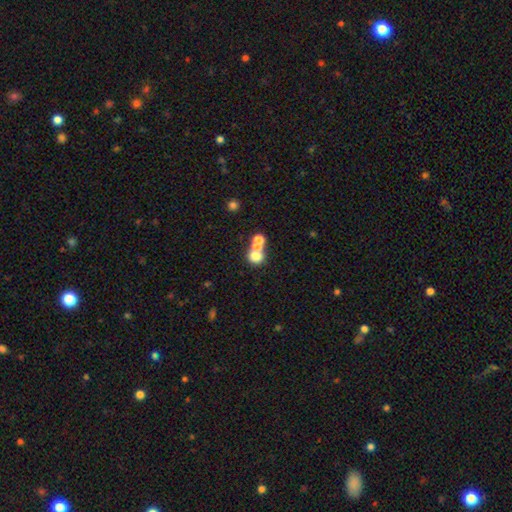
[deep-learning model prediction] A smooth galaxy with no disk features (69%) that is round (76%).

Vote fractions:
- Smooth or featured? smooth: 69% / featured or disk: 15% / star or artifact: 15%
- How rounded? round: 76% / in between: 23% / cigar-shaped: 1%
- Merging? merger: 51% / none: 38% / minor disturbance: 7% / major disturbance: 5%